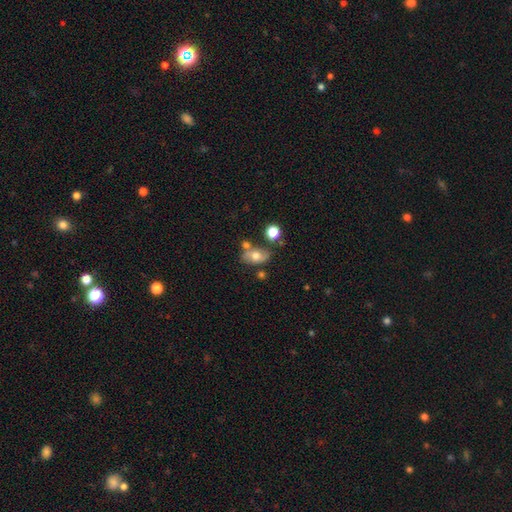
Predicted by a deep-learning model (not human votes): This appears to be a smooth galaxy with no disk features (60%) that is in between round and cigar-shaped (81%). Merging: none (61%).